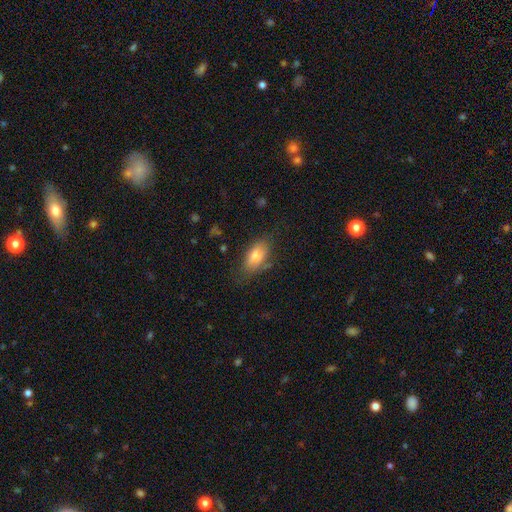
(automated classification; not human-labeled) Smooth or featured: smooth — 73% (featured or disk — 19%)
How rounded: in between — 88% (cigar-shaped — 8%)
Merging: none — 68% (minor disturbance — 23%)